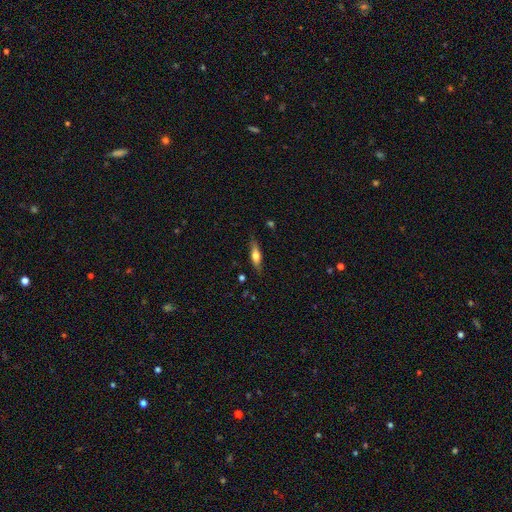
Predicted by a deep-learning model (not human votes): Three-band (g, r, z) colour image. It shows a smooth galaxy with no disk features (58%) that is cigar-shaped (59%). Merging: none (80%).